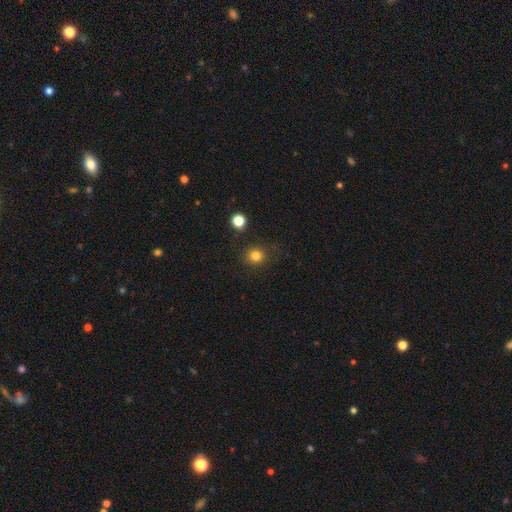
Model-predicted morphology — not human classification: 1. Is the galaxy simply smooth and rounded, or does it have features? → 81% smooth, 14% star or artifact, 5% featured or disk.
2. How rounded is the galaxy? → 88% round, 11% in between, 1% cigar-shaped.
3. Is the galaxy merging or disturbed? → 87% none, 8% minor disturbance, 3% major disturbance, 2% merger.